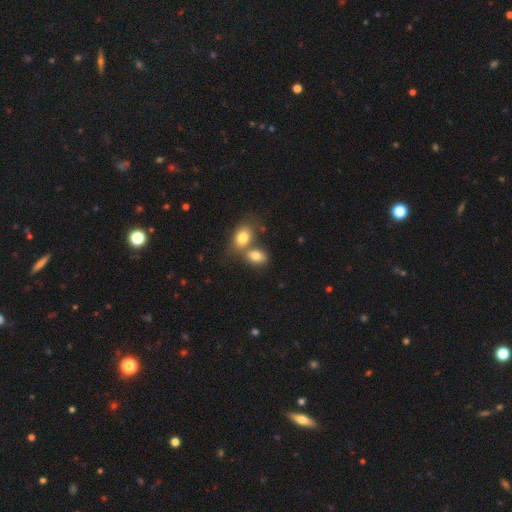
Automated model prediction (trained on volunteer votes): Smooth or featured? smooth (78%)
How rounded? in between (79%)
Merging? merger (52%)